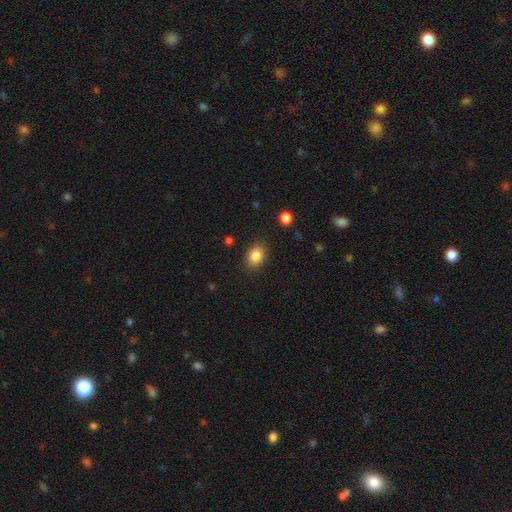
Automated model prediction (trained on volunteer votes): smooth_or_featured: smooth (p=0.85) [alt: star or artifact p=0.09]
how_rounded: in between (p=0.64) [alt: round p=0.35]
merging: none (p=0.87) [alt: minor disturbance p=0.09]